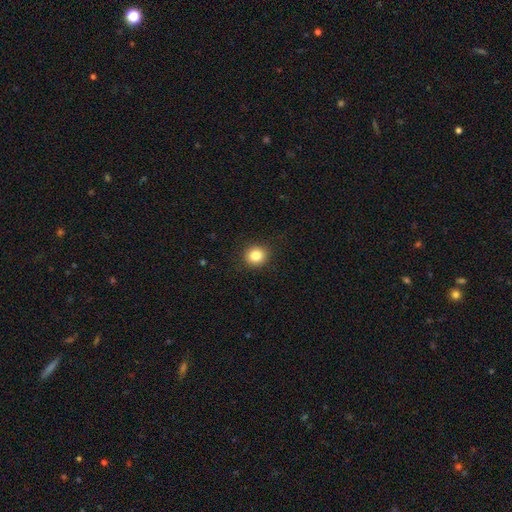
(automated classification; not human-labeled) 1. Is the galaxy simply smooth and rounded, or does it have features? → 84% smooth, 11% star or artifact, 6% featured or disk.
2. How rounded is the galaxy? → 89% round, 10% in between, 1% cigar-shaped.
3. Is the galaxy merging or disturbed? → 91% none, 6% minor disturbance, 2% major disturbance, 1% merger.